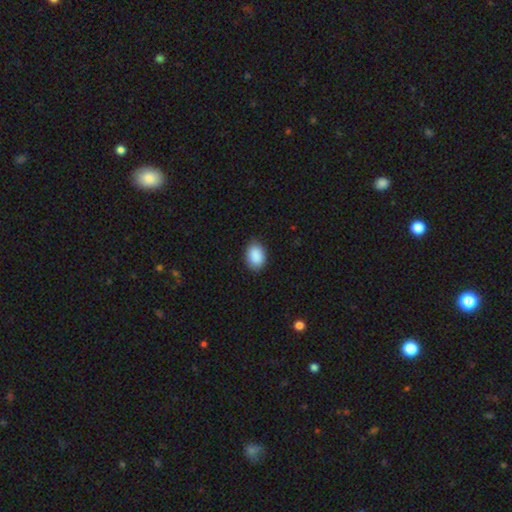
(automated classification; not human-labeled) Smooth or featured: smooth — 90% (star or artifact — 7%)
How rounded: in between — 81% (round — 17%)
Merging: none — 84% (minor disturbance — 12%)